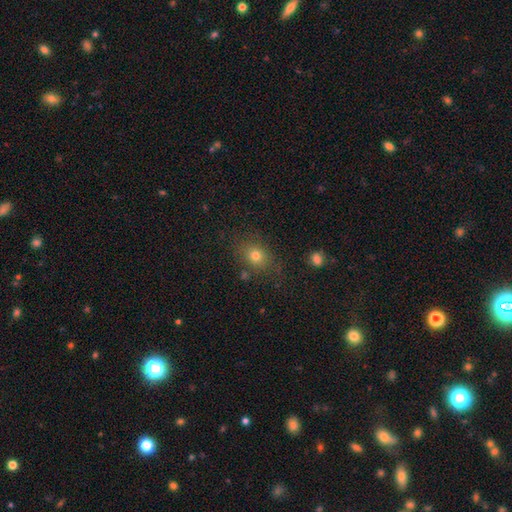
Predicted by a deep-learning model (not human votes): Q: Smooth or featured?
A: smooth (76%); runner-up: star or artifact (14%)
Q: How rounded?
A: round (50%); runner-up: in between (48%)
Q: Merging?
A: none (77%); runner-up: minor disturbance (14%)